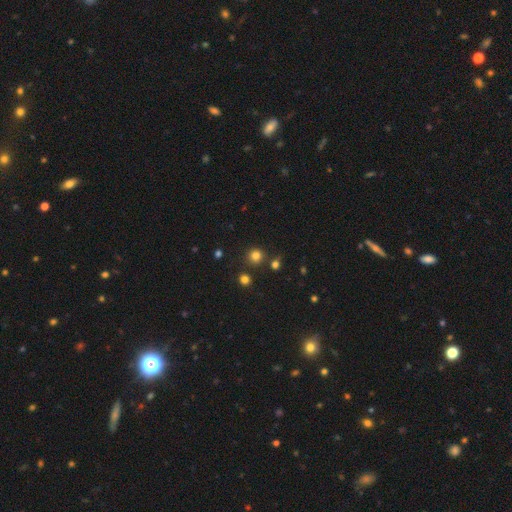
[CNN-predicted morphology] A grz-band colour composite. It shows a smooth galaxy with no disk features (79%) that is round (91%). Merging: none (83%).